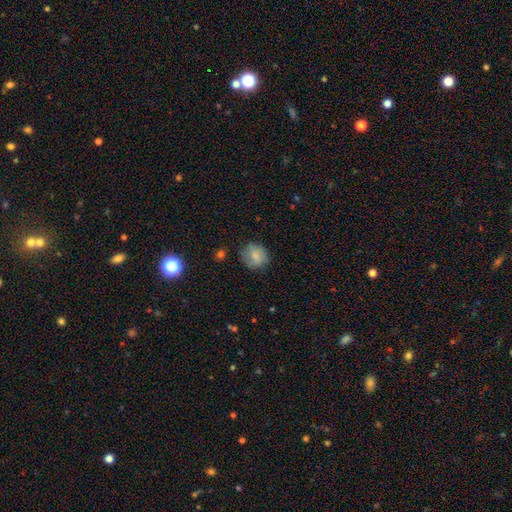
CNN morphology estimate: Q: Smooth or featured?
A: smooth (73%); runner-up: featured or disk (18%)
Q: How rounded?
A: round (79%); runner-up: in between (20%)
Q: Merging?
A: none (75%); runner-up: minor disturbance (18%)